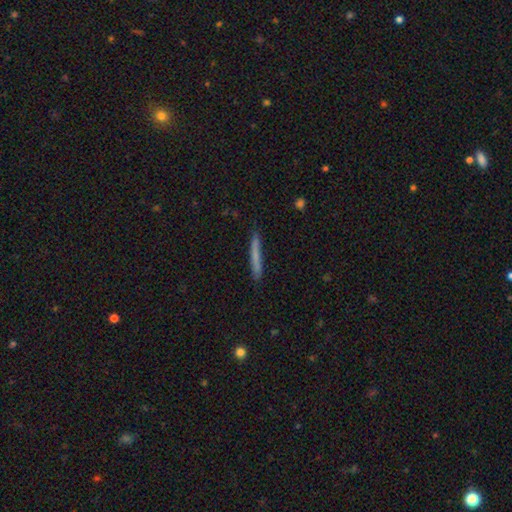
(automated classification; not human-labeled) smooth 68%, featured or disk 25%, star or artifact 7%. Down the decision tree: how rounded — cigar-shaped (96%); merging — none (84%).